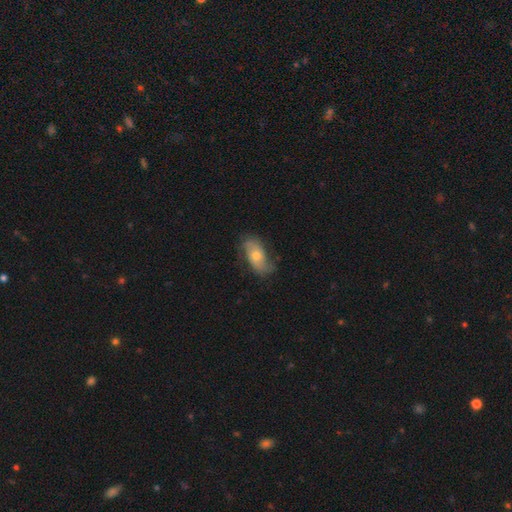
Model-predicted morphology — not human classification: This appears to be a featured or disk galaxy (59%) with no bar (75%), spiral arms (80%) and a moderate central bulge (65%). Merging: none (68%).